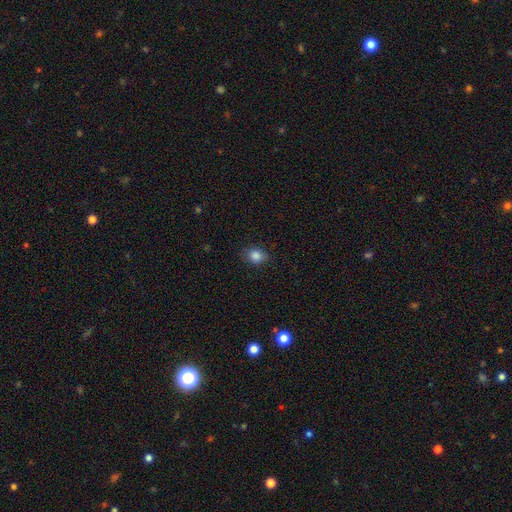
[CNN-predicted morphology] Overall: smooth (86%). How rounded: round (51%; in between 48%). Merging: none (83%).